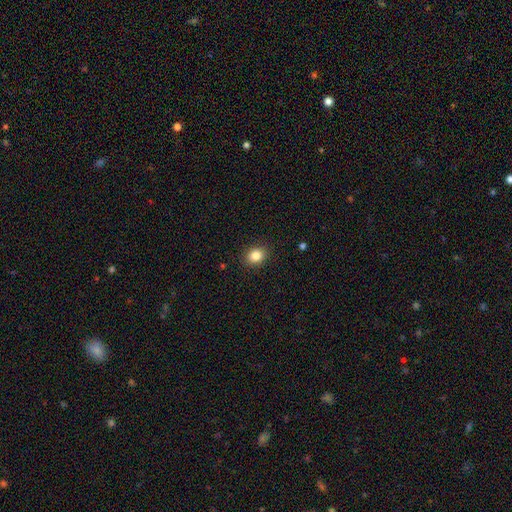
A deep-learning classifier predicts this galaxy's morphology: The model was most divided on "how rounded": round: 60%, in between: 39%, cigar-shaped: 1%. More confident: merging — none (89%); smooth or featured — smooth (84%).